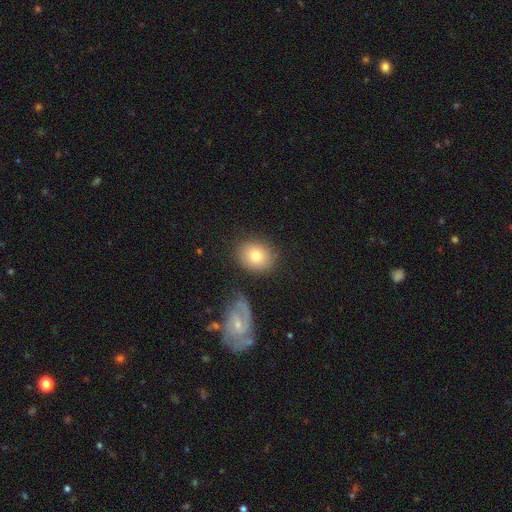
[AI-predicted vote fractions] The model was most divided on "how rounded": round: 65%, in between: 34%, cigar-shaped: 1%. More confident: merging — none (79%); smooth or featured — smooth (77%).